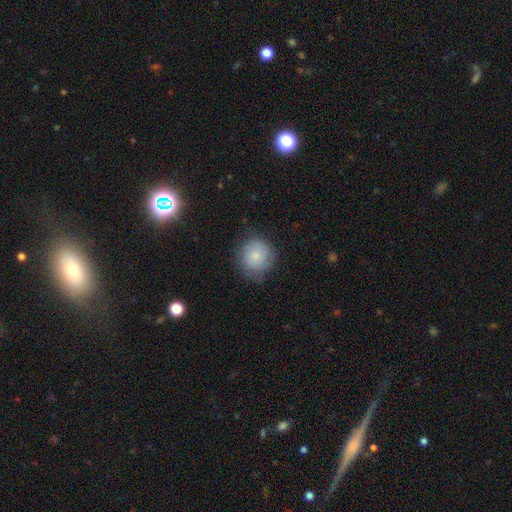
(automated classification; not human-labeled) Overall: smooth (81%). How rounded: round (89%). Merging: none (74%).